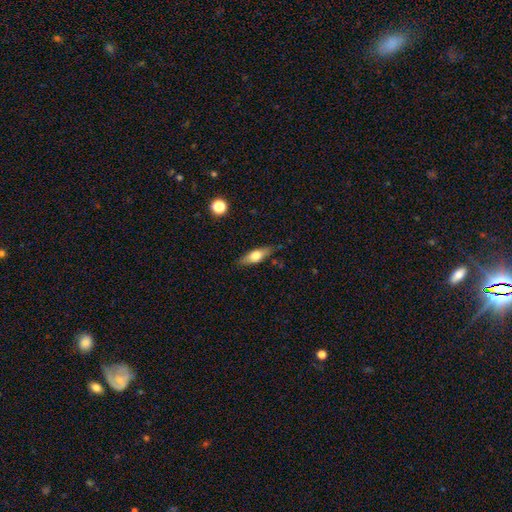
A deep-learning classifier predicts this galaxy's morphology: This appears to be a smooth galaxy with no disk features (57%) that is in between round and cigar-shaped (56%). Merging: none (79%).